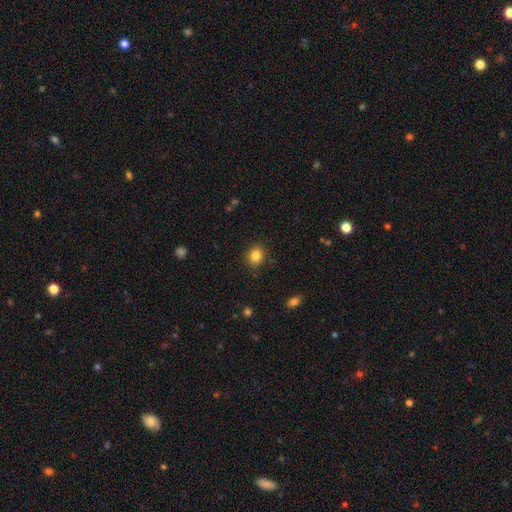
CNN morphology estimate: Q: Smooth or featured?
A: smooth (84%); runner-up: star or artifact (11%)
Q: How rounded?
A: round (68%); runner-up: in between (32%)
Q: Merging?
A: none (88%); runner-up: minor disturbance (8%)